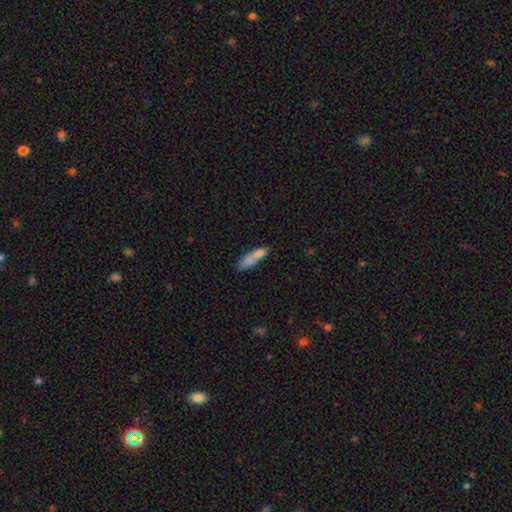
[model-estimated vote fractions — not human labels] Smooth or featured?
  - smooth: 73% *
  - featured or disk: 18%
  - star or artifact: 9%
How rounded?
  - in between: 49% *
  - cigar-shaped: 47%
  - round: 4%
Merging?
  - none: 40% *
  - merger: 35%
  - minor disturbance: 17%
  - major disturbance: 8%